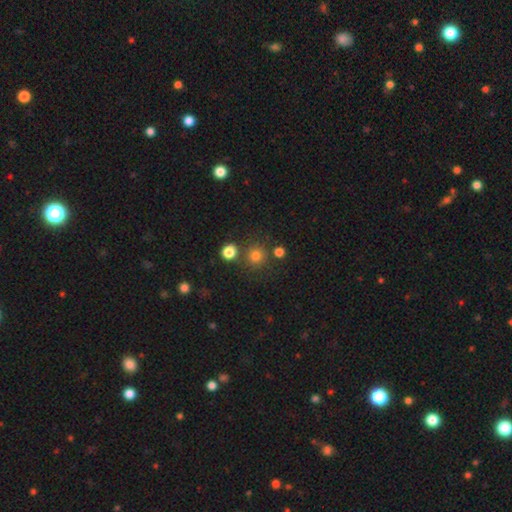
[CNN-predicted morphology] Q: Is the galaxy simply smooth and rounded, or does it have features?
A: smooth — 77%.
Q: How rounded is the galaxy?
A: round — 92%.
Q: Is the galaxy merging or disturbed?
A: none — 78%.